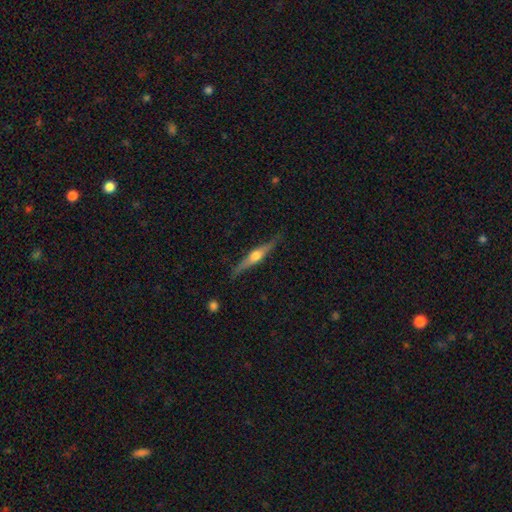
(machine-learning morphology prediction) This appears to be a featured or disk galaxy (73%) viewed edge-on (97%) with a rounded central bulge (92%). Merging: none (85%).